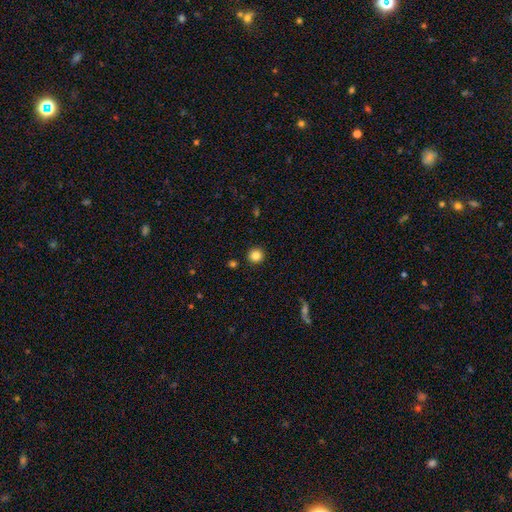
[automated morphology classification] Smooth or featured?
  - smooth: 85% *
  - star or artifact: 10%
  - featured or disk: 5%
How rounded?
  - round: 94% *
  - in between: 5%
  - cigar-shaped: 1%
Merging?
  - none: 93% *
  - minor disturbance: 4%
  - major disturbance: 2%
  - merger: 1%